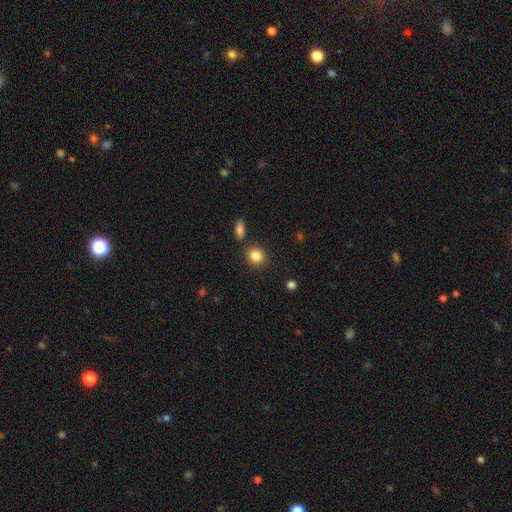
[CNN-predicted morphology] Smooth or featured? smooth (84%)
How rounded? round (76%)
Merging? none (84%)